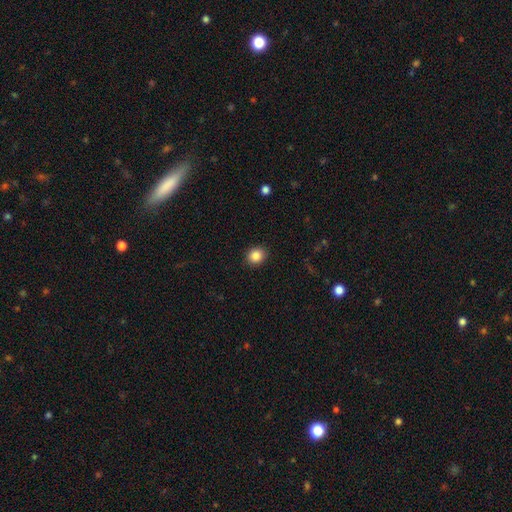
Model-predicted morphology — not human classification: Q: Smooth or featured?
A: smooth (86%); runner-up: star or artifact (9%)
Q: How rounded?
A: round (68%); runner-up: in between (31%)
Q: Merging?
A: none (90%); runner-up: minor disturbance (7%)